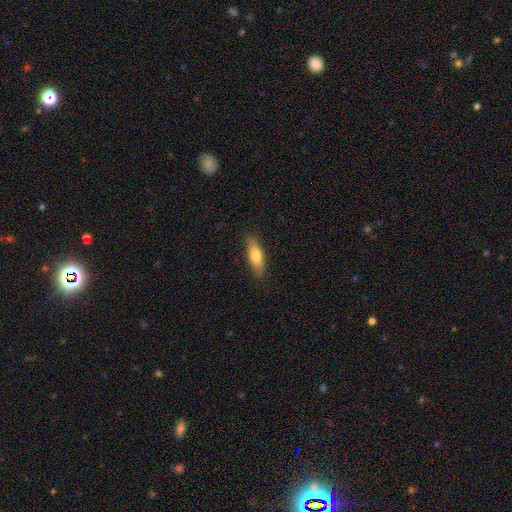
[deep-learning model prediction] Smooth or featured?
  - smooth: 72% *
  - featured or disk: 22%
  - star or artifact: 6%
How rounded?
  - cigar-shaped: 51% *
  - in between: 47%
  - round: 2%
Merging?
  - none: 87% *
  - minor disturbance: 10%
  - major disturbance: 2%
  - merger: 1%